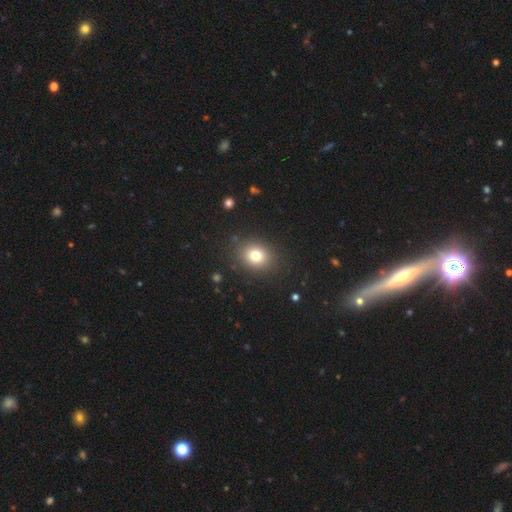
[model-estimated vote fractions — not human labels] Smooth or featured? smooth (78%)
How rounded? round (58%)
Merging? none (87%)